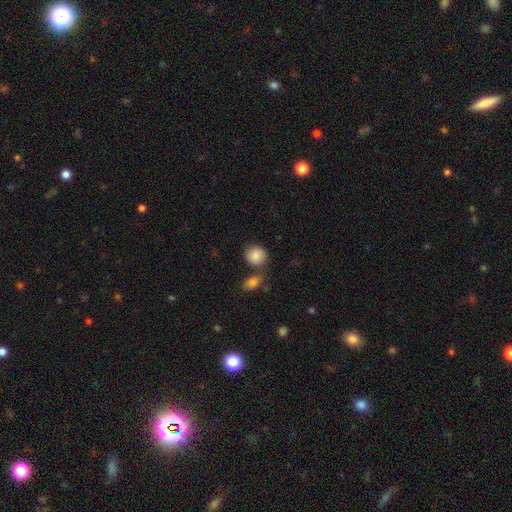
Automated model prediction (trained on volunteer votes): Morphology: type=smooth (86%); roundness=round (76%); merging=none (62%).